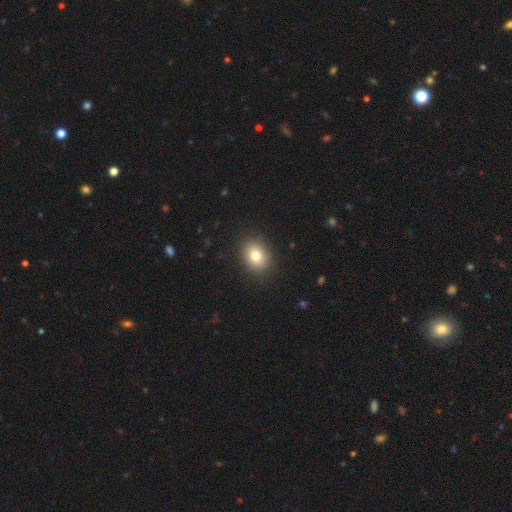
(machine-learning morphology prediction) Overall: smooth (80%). How rounded: round (51%; in between 48%). Merging: none (88%).